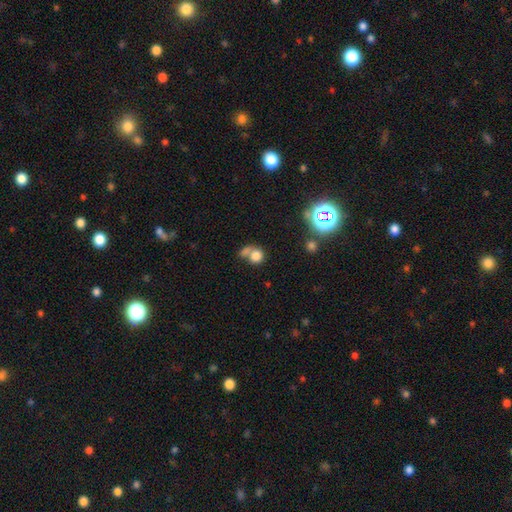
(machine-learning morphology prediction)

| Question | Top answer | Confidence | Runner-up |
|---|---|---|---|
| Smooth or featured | smooth | 77% | star or artifact (12%) |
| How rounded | round | 77% | in between (22%) |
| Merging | merger | 44% | none (37%) |